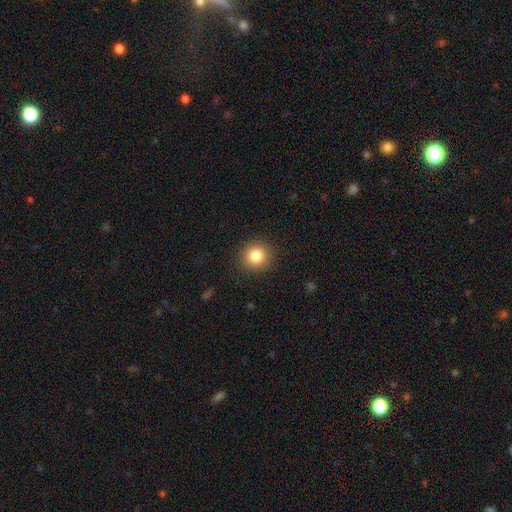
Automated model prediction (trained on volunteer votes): Morphology: type=smooth (83%); roundness=round (90%); merging=none (89%).